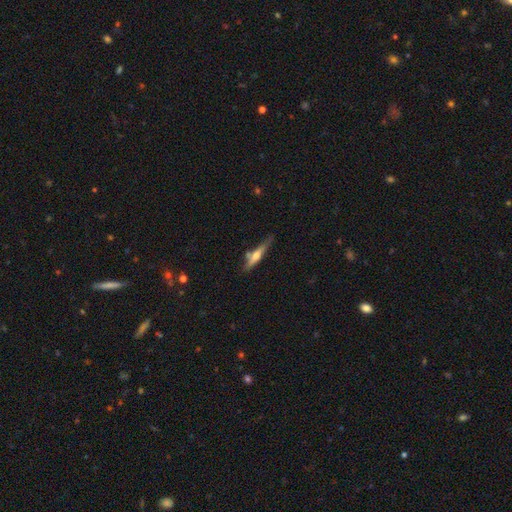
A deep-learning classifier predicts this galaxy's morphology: Q: Smooth or featured?
A: featured or disk (52%); runner-up: smooth (42%)
Q: Edge-on disk?
A: yes (93%); runner-up: no (7%)
Q: Merging?
A: none (67%); runner-up: minor disturbance (19%)